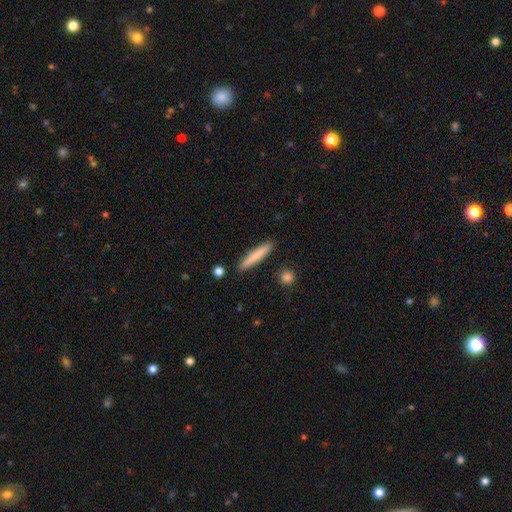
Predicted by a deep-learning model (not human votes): Smooth or featured?
  - smooth: 78% *
  - featured or disk: 17%
  - star or artifact: 6%
How rounded?
  - cigar-shaped: 93% *
  - in between: 5%
  - round: 1%
Merging?
  - none: 90% *
  - minor disturbance: 7%
  - merger: 2%
  - major disturbance: 2%